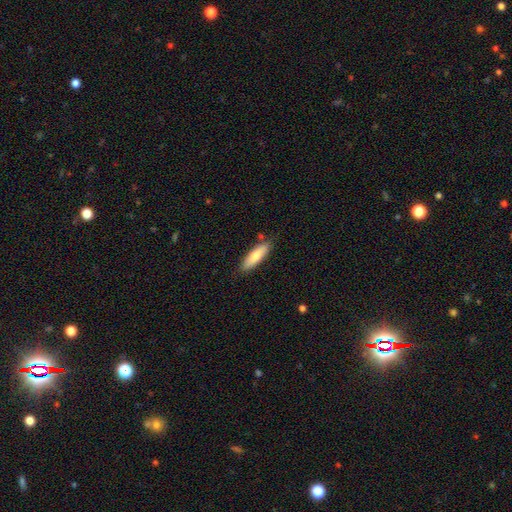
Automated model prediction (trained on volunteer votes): Smooth or featured: smooth — 78% (featured or disk — 16%)
How rounded: cigar-shaped — 52% (in between — 46%)
Merging: none — 83% (minor disturbance — 12%)